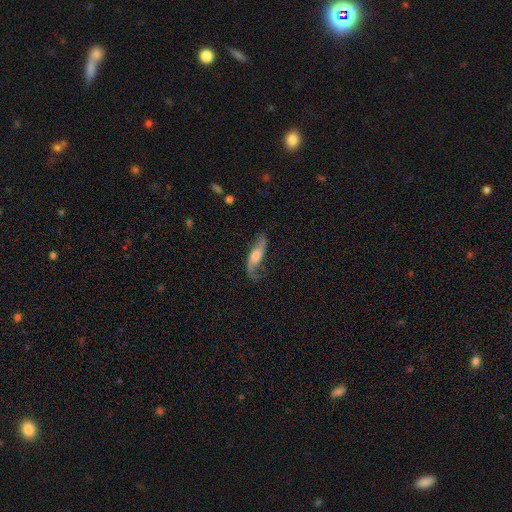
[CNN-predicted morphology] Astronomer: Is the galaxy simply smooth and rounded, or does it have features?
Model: featured or disk — 65%.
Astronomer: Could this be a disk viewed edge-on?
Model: no — 74%.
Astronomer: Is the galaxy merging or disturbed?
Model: none — 58%.